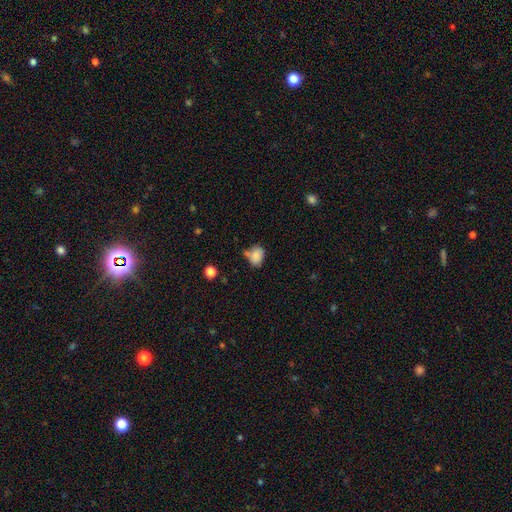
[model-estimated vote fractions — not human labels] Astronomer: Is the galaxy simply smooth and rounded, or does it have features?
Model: smooth — 81%.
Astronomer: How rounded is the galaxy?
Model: in between — 62%.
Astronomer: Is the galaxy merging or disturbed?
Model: none — 47% (runner-up: minor disturbance, 26%).